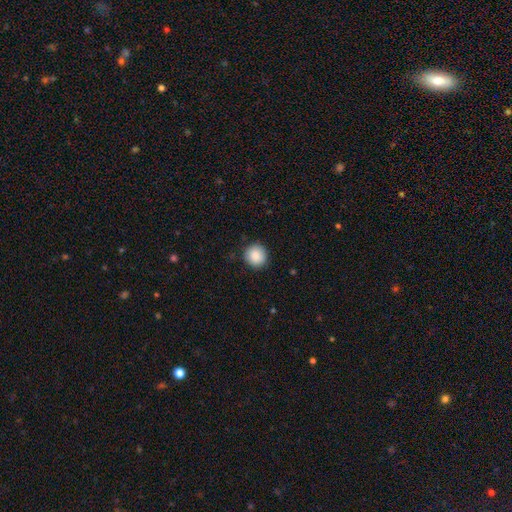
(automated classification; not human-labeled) smooth_or_featured: smooth (p=0.88) [alt: star or artifact p=0.08]
how_rounded: round (p=0.91) [alt: in between p=0.08]
merging: none (p=0.88) [alt: minor disturbance p=0.09]